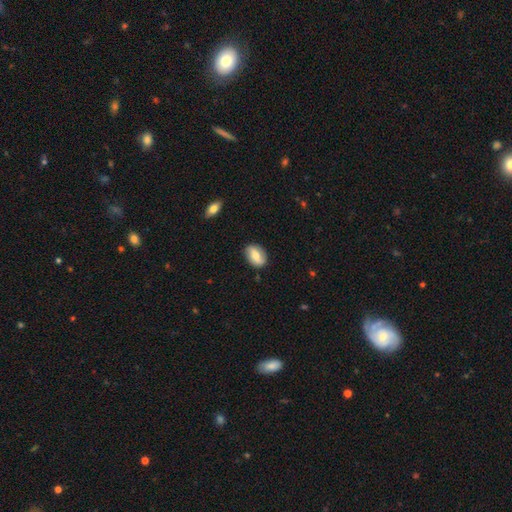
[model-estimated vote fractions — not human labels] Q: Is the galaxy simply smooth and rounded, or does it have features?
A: smooth — 52%.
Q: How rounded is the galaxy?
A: in between — 80%.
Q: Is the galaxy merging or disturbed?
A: none — 84%.